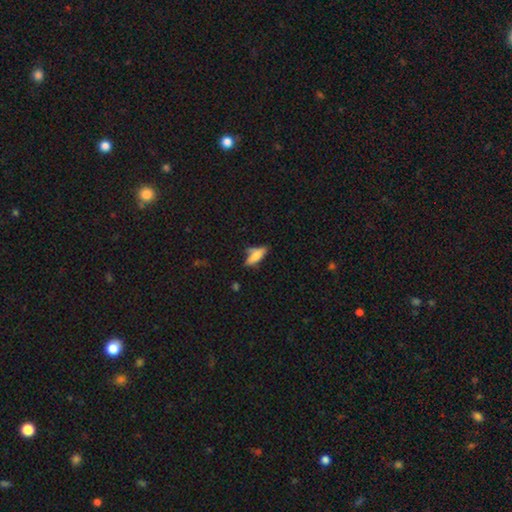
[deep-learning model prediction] Smooth or featured? smooth (72%)
How rounded? in between (53%)
Merging? none (52%)